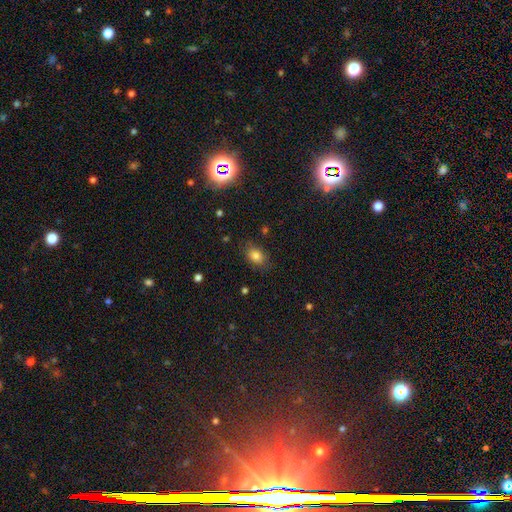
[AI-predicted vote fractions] Overall: smooth (80%). How rounded: in between (78%). Merging: none (81%).